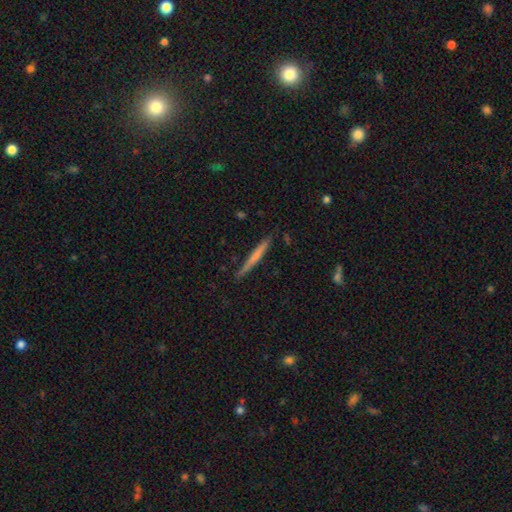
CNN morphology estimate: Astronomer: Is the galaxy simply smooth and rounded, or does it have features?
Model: smooth — 54% (runner-up: featured or disk, 41%).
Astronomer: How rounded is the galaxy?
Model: cigar-shaped — 97%.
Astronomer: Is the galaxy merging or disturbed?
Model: none — 88%.